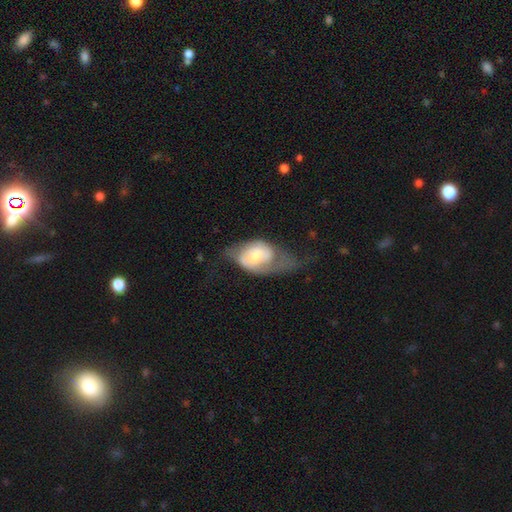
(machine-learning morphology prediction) Smooth or featured? Predicted: featured or disk (p=0.57). Edge-on disk? Predicted: no (p=0.94). Bar? Predicted: no (p=0.50). Spiral arms? Predicted: yes (p=0.67). Bulge size? Predicted: moderate (p=0.47). Merging? Predicted: major disturbance (p=0.51).